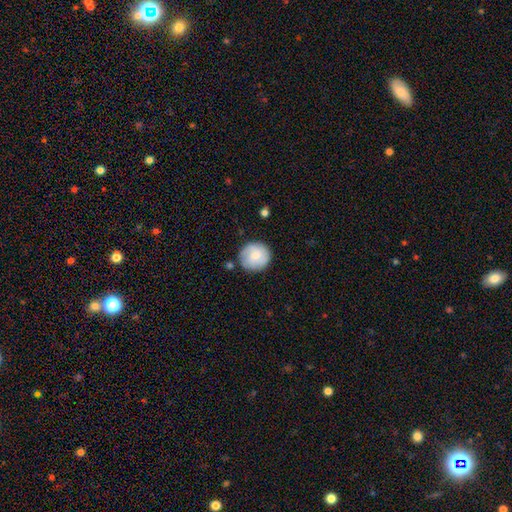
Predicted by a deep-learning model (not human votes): Smooth or featured? Predicted: smooth (p=0.70). How rounded? Predicted: round (p=0.92). Merging? Predicted: none (p=0.80).